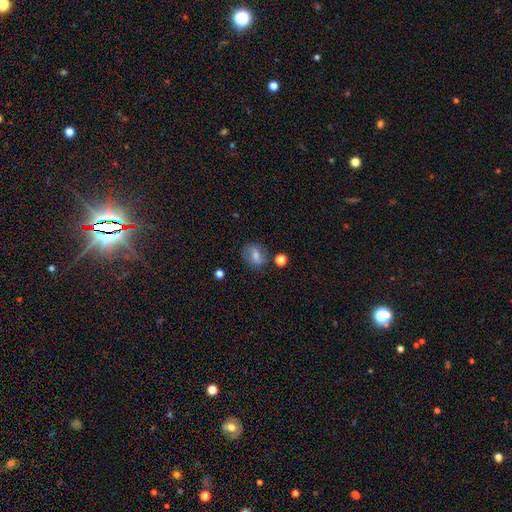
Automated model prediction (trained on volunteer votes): Smooth or featured? smooth (59%)
How rounded? in between (51%)
Merging? none (66%)